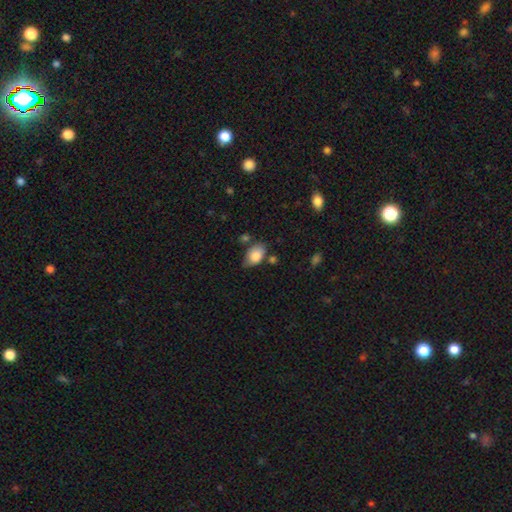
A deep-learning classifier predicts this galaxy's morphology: Smooth or featured? Predicted: smooth (p=0.84). How rounded? Predicted: in between (p=0.88). Merging? Predicted: none (p=0.56).